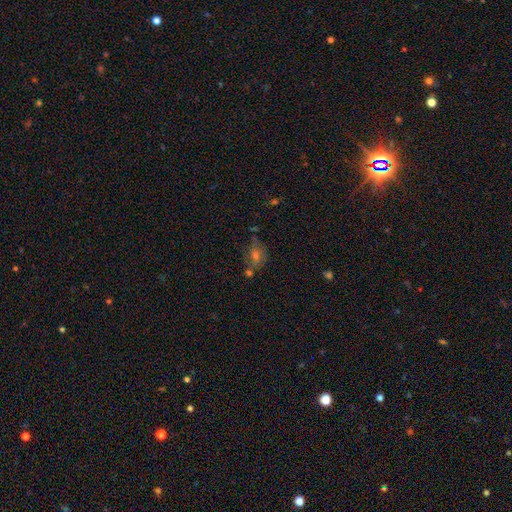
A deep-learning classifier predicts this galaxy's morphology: smooth 38%, featured or disk 37%, star or artifact 25%. Down the decision tree: merging — none (57%).